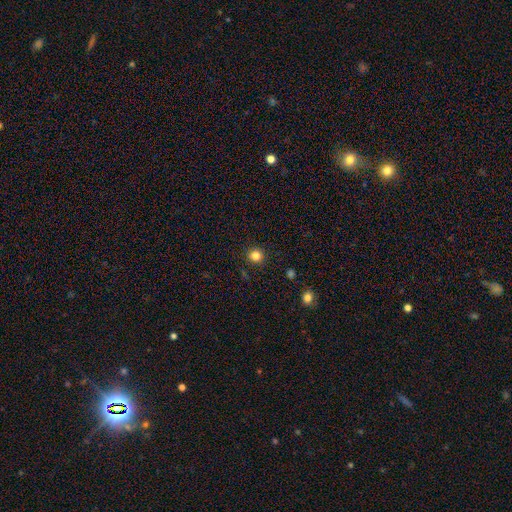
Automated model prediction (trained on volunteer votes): This appears to be a smooth galaxy with no disk features (83%) that is round (93%). Merging: none (91%).